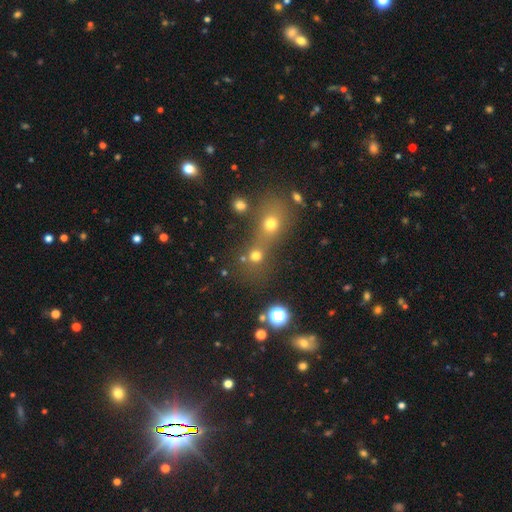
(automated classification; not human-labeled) A smooth galaxy with no disk features (68%) that is round (83%). Merging: merger (46%).